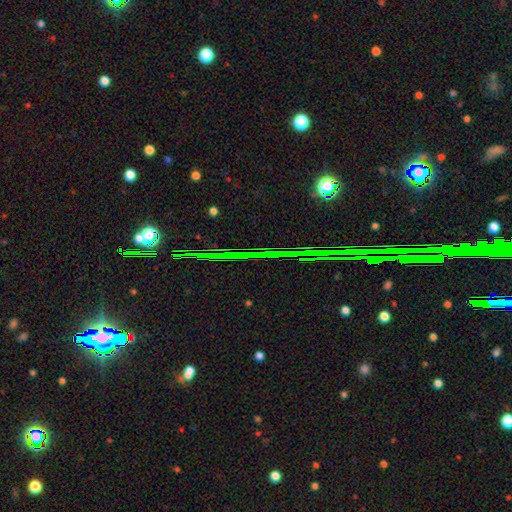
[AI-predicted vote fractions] smooth_or_featured: star or artifact (p=0.80) [alt: featured or disk p=0.11]